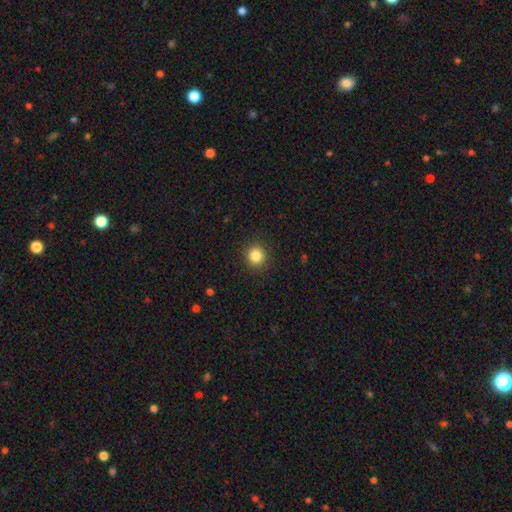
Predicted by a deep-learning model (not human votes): Smooth or featured: smooth — 84% (star or artifact — 11%)
How rounded: round — 91% (in between — 8%)
Merging: none — 91% (minor disturbance — 6%)